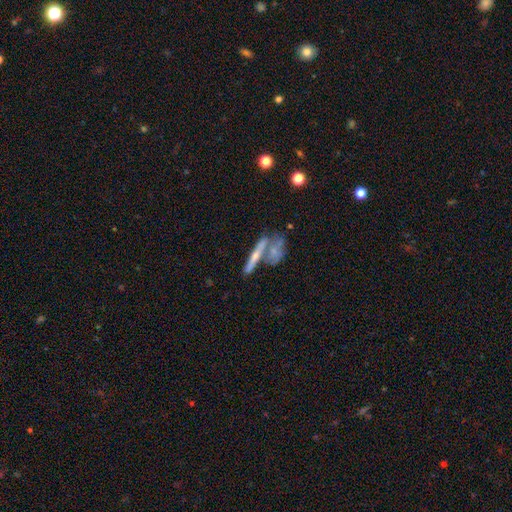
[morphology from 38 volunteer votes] This appears to be a featured or disk galaxy (68%) viewed edge-on (88%) with a rounded central bulge (83%). Merging: none (57%).